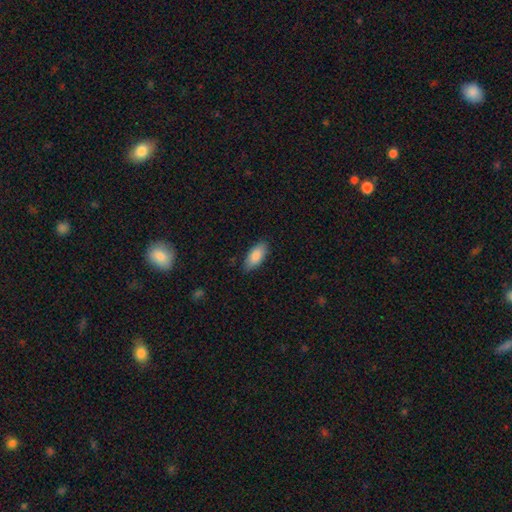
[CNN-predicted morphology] This is clearly a smooth galaxy (87%). How rounded: clearly in between (88%). Merging: clearly none (84%).